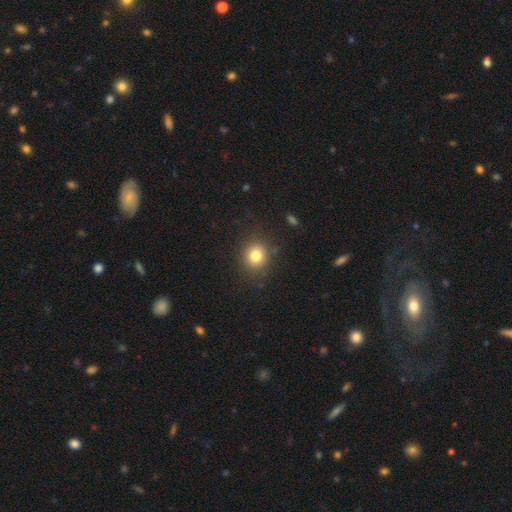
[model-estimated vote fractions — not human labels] smooth-or-featured: smooth: 80% | star or artifact: 12% | featured or disk: 8%
  how-rounded: round: 77% | in between: 22% | cigar-shaped: 1%
  merging: none: 84% | minor disturbance: 11% | major disturbance: 4% | merger: 2%